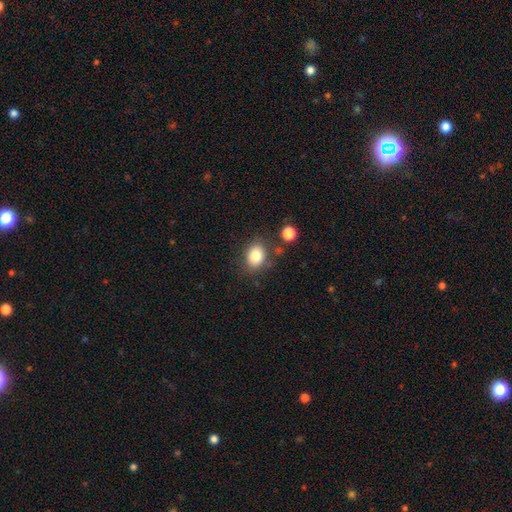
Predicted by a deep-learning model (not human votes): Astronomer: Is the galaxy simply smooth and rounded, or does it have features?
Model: smooth — 82%.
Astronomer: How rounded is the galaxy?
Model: in between — 57% (runner-up: round, 42%).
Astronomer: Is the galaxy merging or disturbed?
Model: none — 76%.